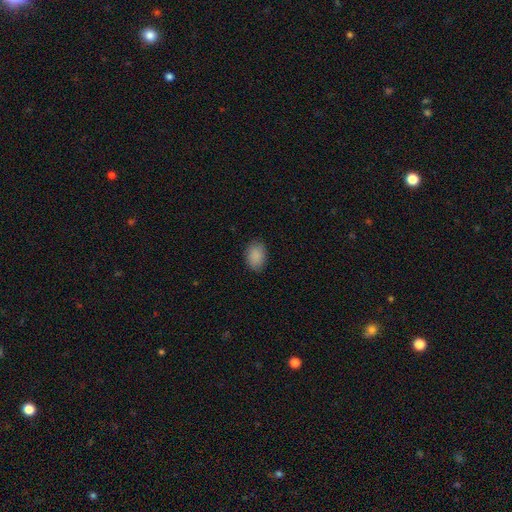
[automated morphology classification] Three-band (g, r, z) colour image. It shows a smooth galaxy with no disk features (89%) that is in between round and cigar-shaped (76%). Merging: none (81%).